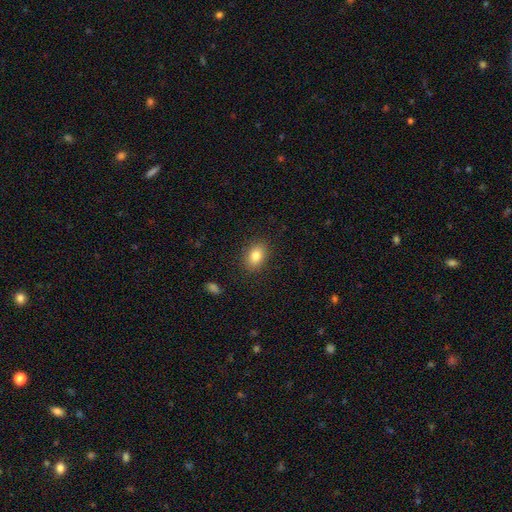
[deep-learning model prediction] This is clearly a smooth galaxy (83%). How rounded: likely in between (77%). Merging: clearly none (87%).